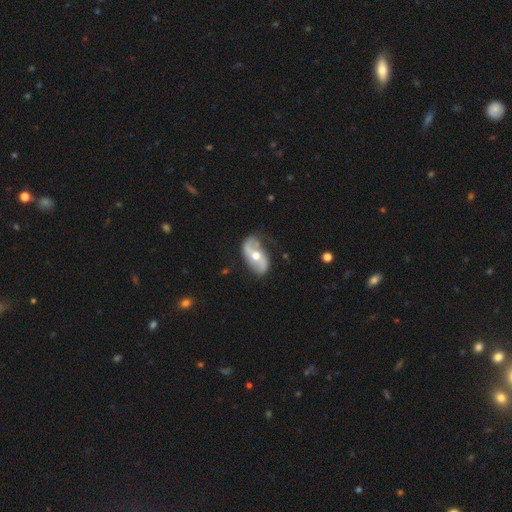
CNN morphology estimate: Smooth or featured: featured or disk — 79% (smooth — 16%)
Edge-on disk: no — 95% (yes — 5%)
Bar: no — 49% (weak — 32%)
Spiral arms: yes — 89% (no — 11%)
Spiral winding: loose — 66% (medium — 25%)
Spiral arm count: 2 — 90% (can't tell — 4%)
Bulge size: moderate — 75% (small — 18%)
Merging: none — 73% (minor disturbance — 19%)